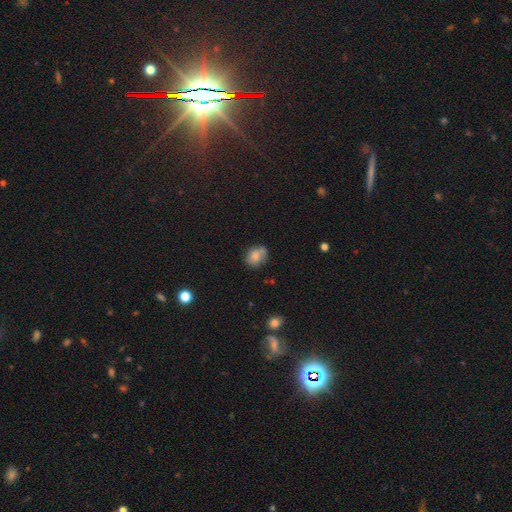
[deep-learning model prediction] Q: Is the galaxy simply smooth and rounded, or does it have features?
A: smooth — 70%.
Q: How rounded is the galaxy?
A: in between — 53%.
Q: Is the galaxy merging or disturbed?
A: none — 56%.